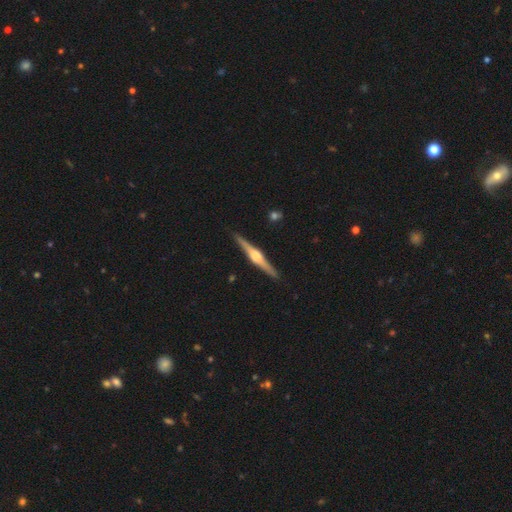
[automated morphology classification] type=featured or disk (82%); edge-on=yes (98%); edge-on bulge=rounded (80%); merging=none (91%).